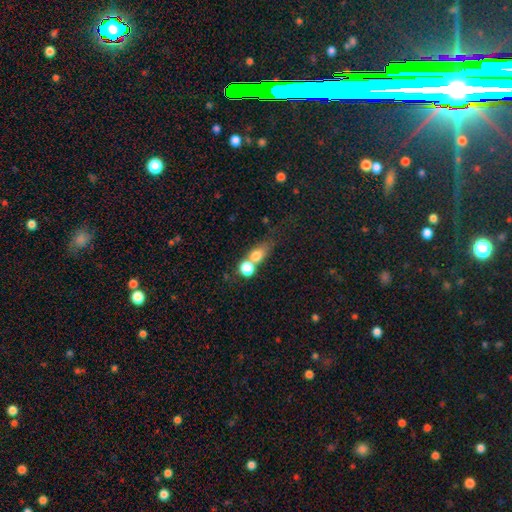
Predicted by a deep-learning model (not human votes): Smooth or featured?
  - smooth: 73% *
  - featured or disk: 14%
  - star or artifact: 13%
How rounded?
  - round: 49% *
  - in between: 45%
  - cigar-shaped: 6%
Merging?
  - merger: 51% *
  - none: 33%
  - minor disturbance: 9%
  - major disturbance: 7%